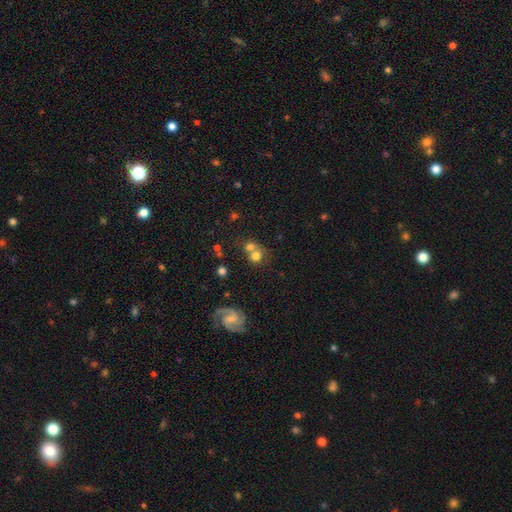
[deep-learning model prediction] Overall: smooth (65%). How rounded: round (80%). Merging: merger (47%; none 41%).